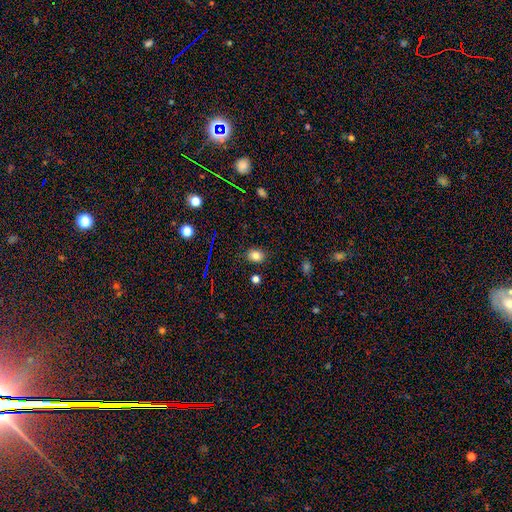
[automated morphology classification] type=smooth (79%); roundness=in between (51%); merging=none (86%).